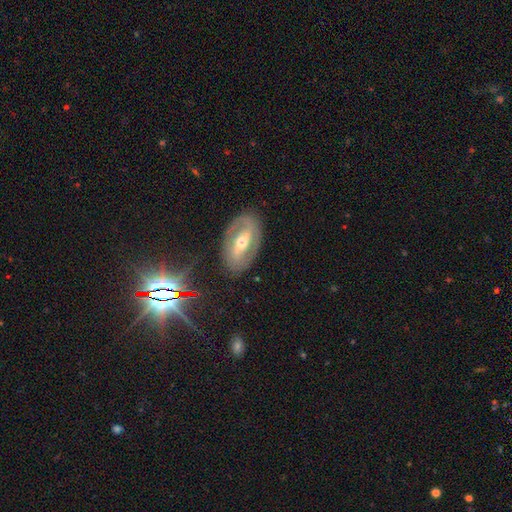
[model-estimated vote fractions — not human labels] smooth-or-featured: featured or disk: 46% | star or artifact: 29% | smooth: 25%
  merging: none: 79% | minor disturbance: 12% | major disturbance: 6% | merger: 3%